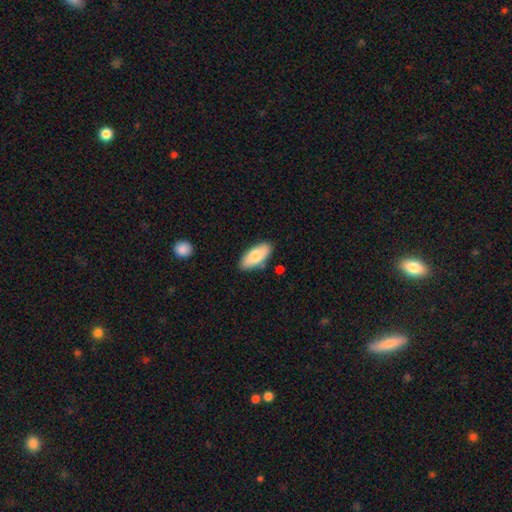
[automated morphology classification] type=smooth (77%); roundness=in between (88%); merging=none (84%).